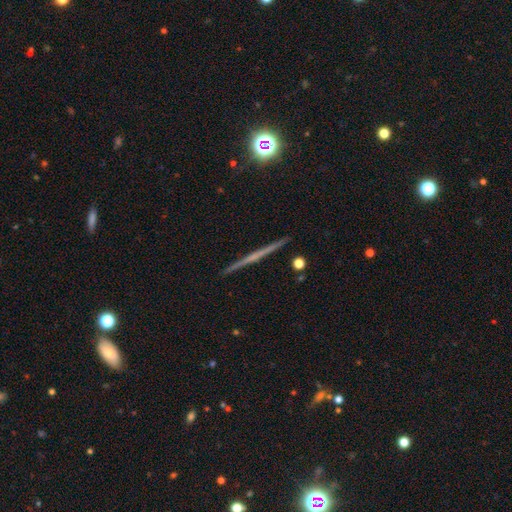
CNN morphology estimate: Smooth or featured? Predicted: featured or disk (p=0.68). Edge-on disk? Predicted: yes (p=0.98). Edge-on bulge? Predicted: none (p=0.76). Merging? Predicted: none (p=0.93).